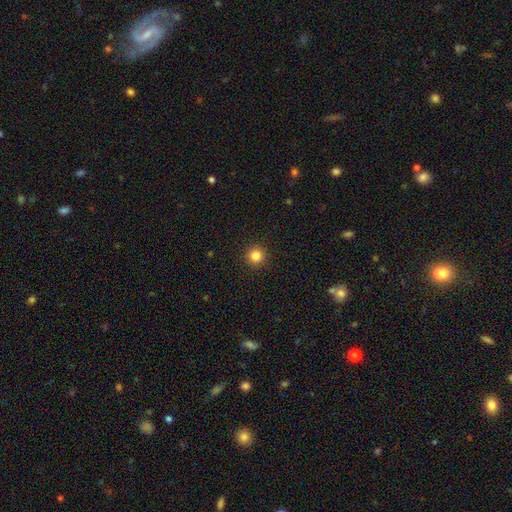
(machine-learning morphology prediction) This is clearly a smooth galaxy (84%). How rounded: clearly round (95%). Merging: clearly none (93%).